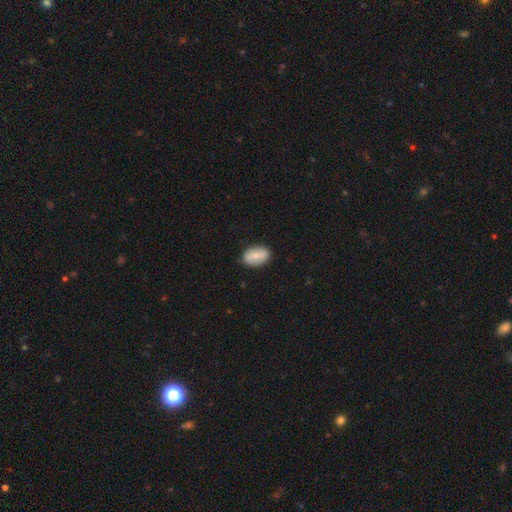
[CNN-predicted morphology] A smooth galaxy with no disk features (68%) that is in between round and cigar-shaped (88%).

Vote fractions:
- Smooth or featured? smooth: 68% / featured or disk: 25% / star or artifact: 6%
- How rounded? in between: 88% / round: 11% / cigar-shaped: 1%
- Merging? none: 85% / minor disturbance: 11% / major disturbance: 2% / merger: 1%